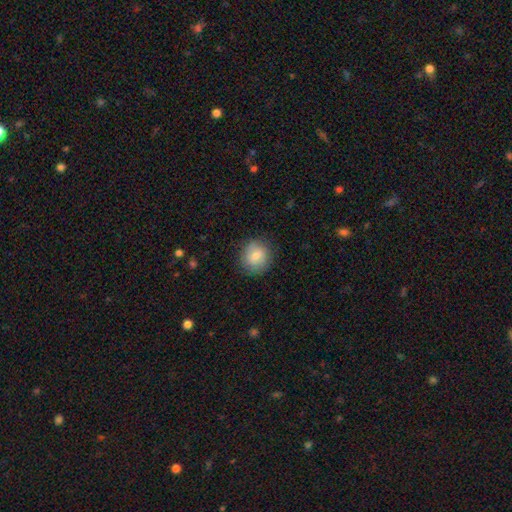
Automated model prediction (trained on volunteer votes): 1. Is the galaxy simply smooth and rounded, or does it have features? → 76% smooth, 16% featured or disk, 8% star or artifact.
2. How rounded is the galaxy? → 81% round, 18% in between, 1% cigar-shaped.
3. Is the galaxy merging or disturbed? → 84% none, 12% minor disturbance, 3% major disturbance, 1% merger.